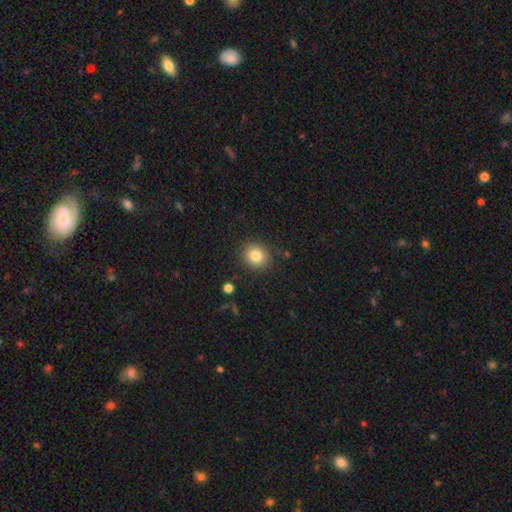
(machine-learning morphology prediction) A smooth galaxy with no disk features (82%) that is round (83%).

Vote fractions:
- Smooth or featured? smooth: 82% / star or artifact: 11% / featured or disk: 7%
- How rounded? round: 83% / in between: 17% / cigar-shaped: 1%
- Merging? none: 88% / minor disturbance: 8% / major disturbance: 3% / merger: 2%